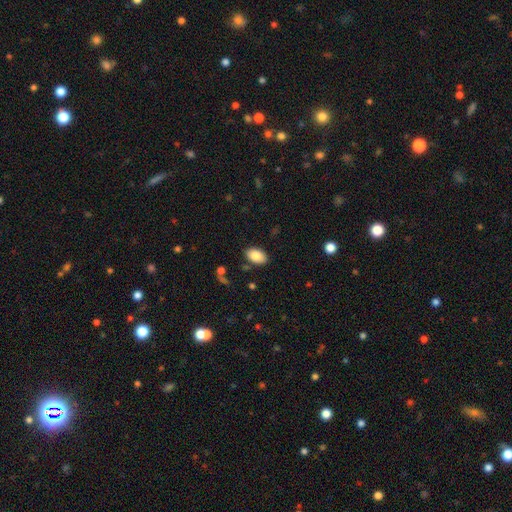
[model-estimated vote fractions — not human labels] smooth_or_featured: smooth (p=0.84) [alt: featured or disk p=0.09]
how_rounded: in between (p=0.91) [alt: round p=0.07]
merging: none (p=0.85) [alt: minor disturbance p=0.10]